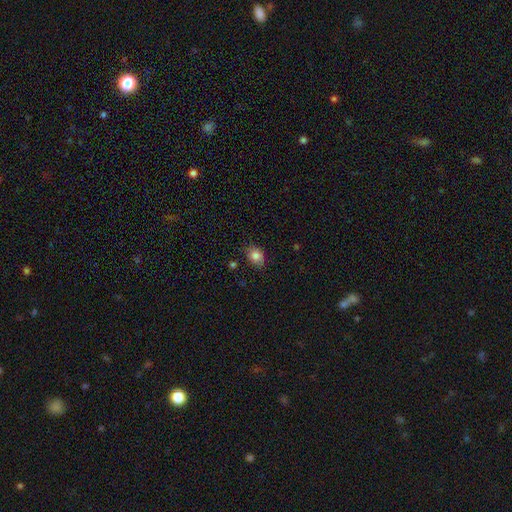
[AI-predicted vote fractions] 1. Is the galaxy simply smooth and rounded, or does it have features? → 82% smooth, 10% star or artifact, 8% featured or disk.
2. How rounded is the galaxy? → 55% in between, 44% round, 1% cigar-shaped.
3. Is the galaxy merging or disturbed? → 76% none, 19% minor disturbance, 3% major disturbance, 2% merger.